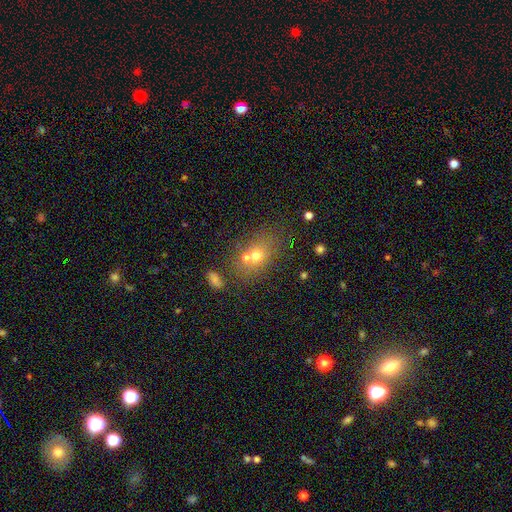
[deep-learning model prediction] Q: Smooth or featured?
A: smooth (62%); runner-up: featured or disk (23%)
Q: How rounded?
A: in between (53%); runner-up: round (45%)
Q: Merging?
A: none (45%); runner-up: merger (38%)